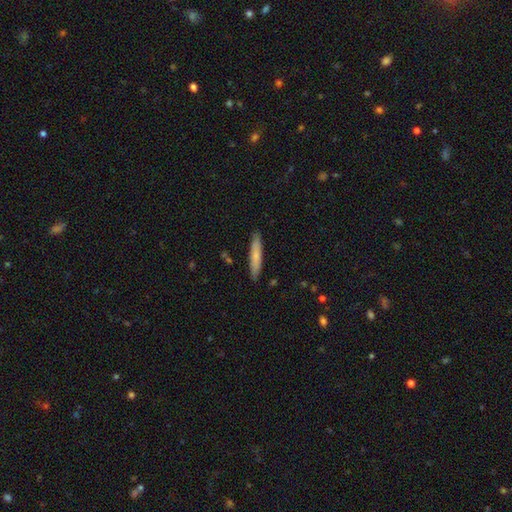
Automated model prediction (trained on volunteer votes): The model was most divided on "smooth or featured": smooth: 71%, featured or disk: 23%, star or artifact: 6%. More confident: how rounded — cigar-shaped (91%); merging — none (88%).